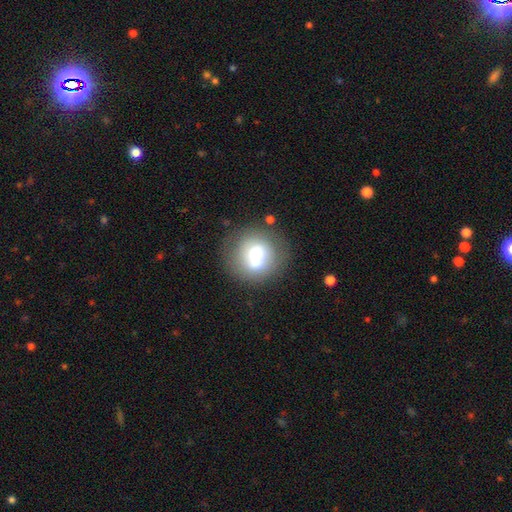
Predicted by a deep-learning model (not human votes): This appears to be a smooth galaxy with no disk features (66%) that is round (83%). Merging: none (63%).